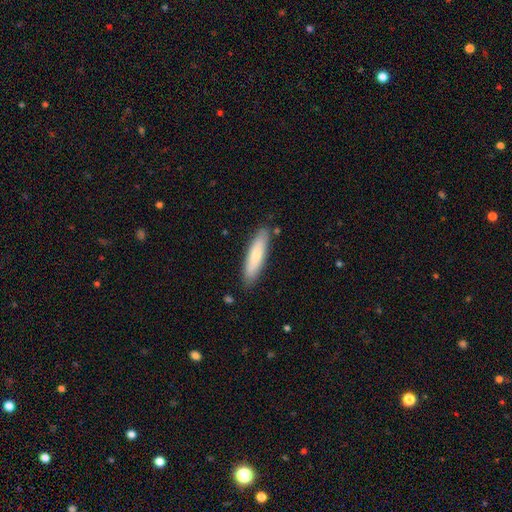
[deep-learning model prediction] Smooth or featured? Predicted: smooth (p=0.75). How rounded? Predicted: cigar-shaped (p=0.73). Merging? Predicted: none (p=0.85).